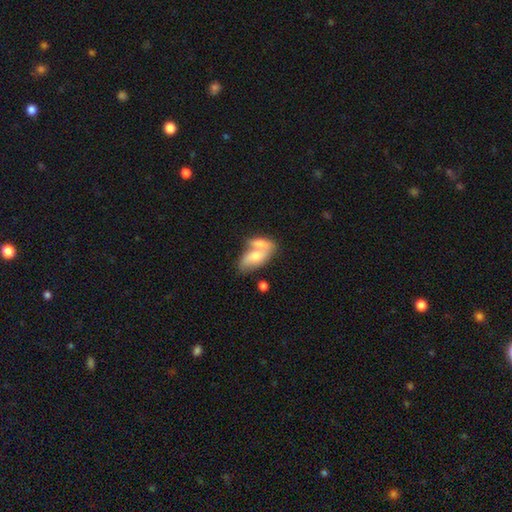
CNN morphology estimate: This is likely a smooth galaxy (62%). How rounded: clearly in between (84%). Merging: likely merger (63%).